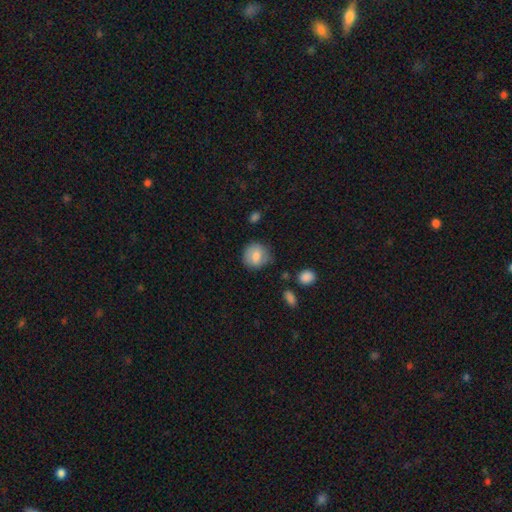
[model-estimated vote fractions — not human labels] smooth_or_featured: smooth (p=0.77) [alt: featured or disk p=0.15]
how_rounded: round (p=0.78) [alt: in between p=0.21]
merging: none (p=0.75) [alt: minor disturbance p=0.17]